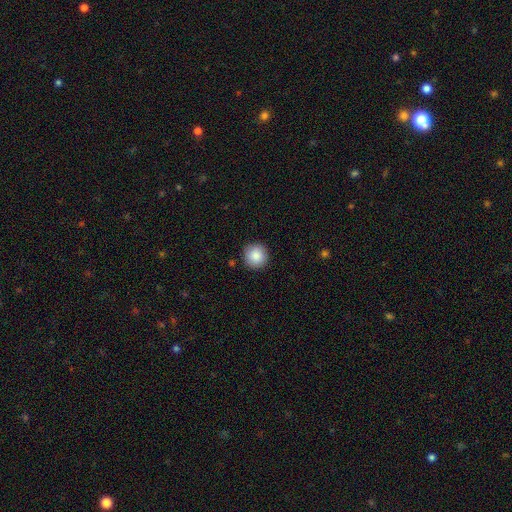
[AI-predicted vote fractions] Smooth or featured: smooth — 88% (star or artifact — 8%)
How rounded: round — 95% (in between — 4%)
Merging: none — 91% (minor disturbance — 6%)